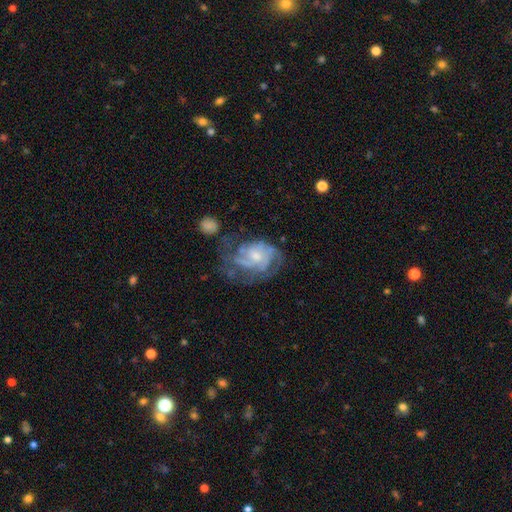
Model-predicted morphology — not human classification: Smooth or featured? Predicted: featured or disk (p=0.78). Edge-on disk? Predicted: no (p=0.98). Bar? Predicted: no (p=0.63). Spiral arms? Predicted: yes (p=0.88). Spiral winding? Predicted: tight (p=0.46). Spiral arm count? Predicted: can't tell (p=0.39). Bulge size? Predicted: small (p=0.49). Merging? Predicted: none (p=0.50).